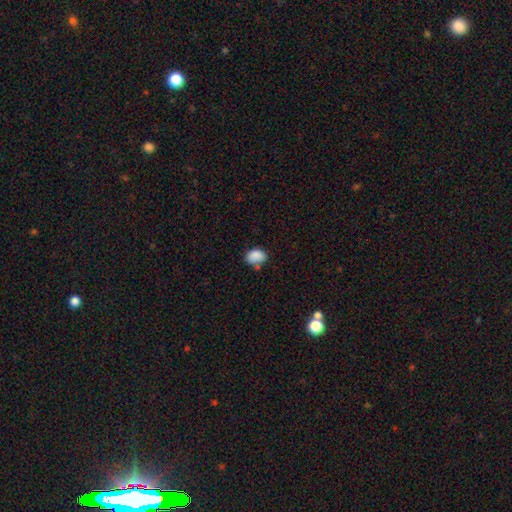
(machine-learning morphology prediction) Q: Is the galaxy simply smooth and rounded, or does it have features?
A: smooth — 87%.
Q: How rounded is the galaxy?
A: in between — 77%.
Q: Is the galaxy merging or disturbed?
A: none — 63%.